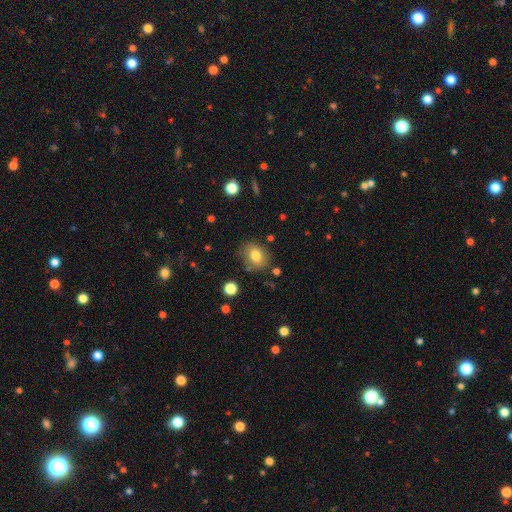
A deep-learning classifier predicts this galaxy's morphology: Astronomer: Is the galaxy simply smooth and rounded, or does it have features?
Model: smooth — 79%.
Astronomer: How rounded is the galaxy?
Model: round — 58% (runner-up: in between, 41%).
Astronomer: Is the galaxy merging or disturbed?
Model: none — 77%.